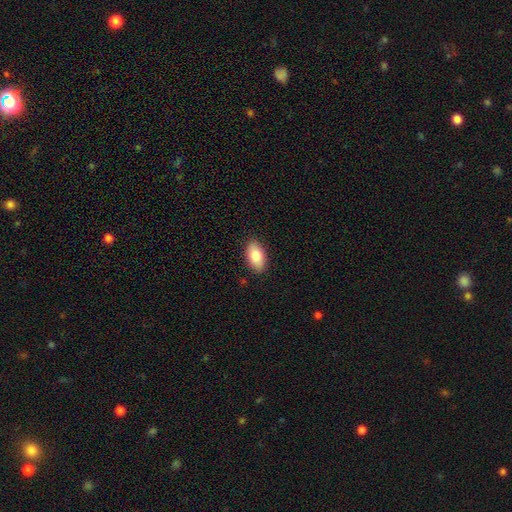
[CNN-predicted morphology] Overall: smooth (83%). How rounded: in between (94%). Merging: none (88%).